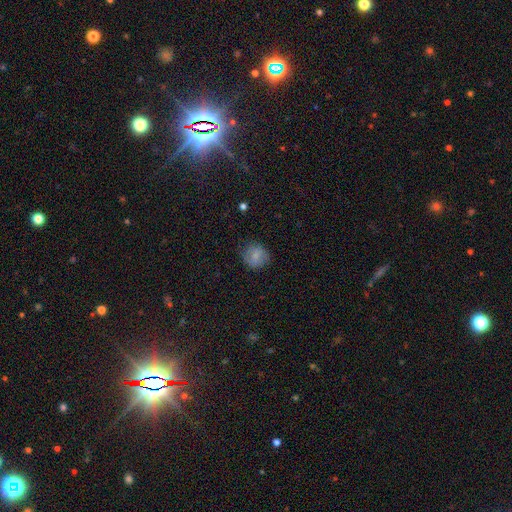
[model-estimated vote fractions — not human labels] Overall: smooth (78%). How rounded: round (84%). Merging: none (80%).